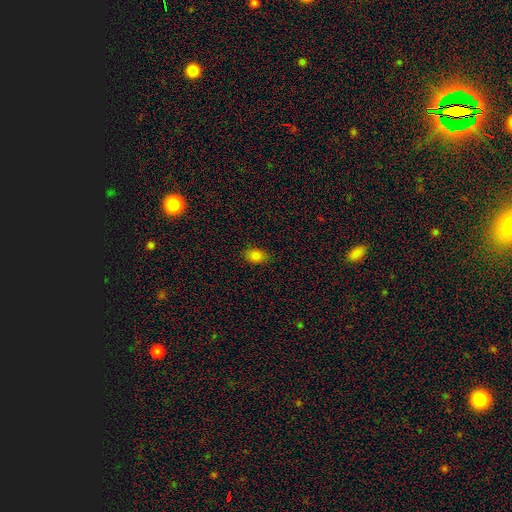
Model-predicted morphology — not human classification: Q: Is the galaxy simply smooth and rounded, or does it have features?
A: smooth — 83%.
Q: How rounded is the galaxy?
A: in between — 78%.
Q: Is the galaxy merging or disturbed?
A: none — 85%.